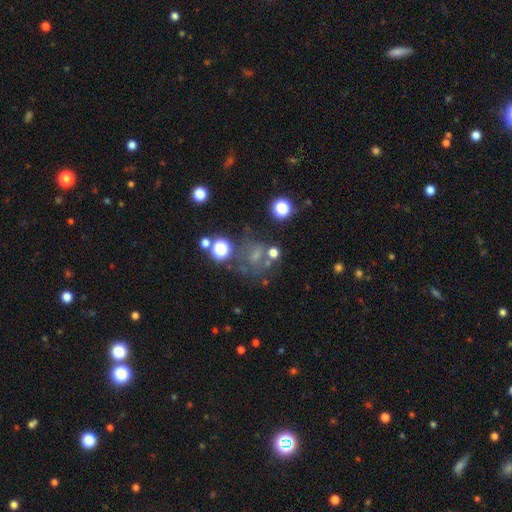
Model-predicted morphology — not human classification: type=smooth (38%); merging=none (51%).